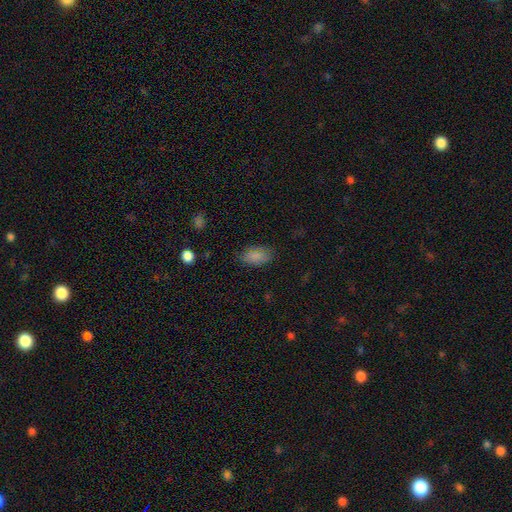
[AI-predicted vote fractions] Smooth or featured? Predicted: smooth (p=0.84). How rounded? Predicted: in between (p=0.93). Merging? Predicted: none (p=0.81).